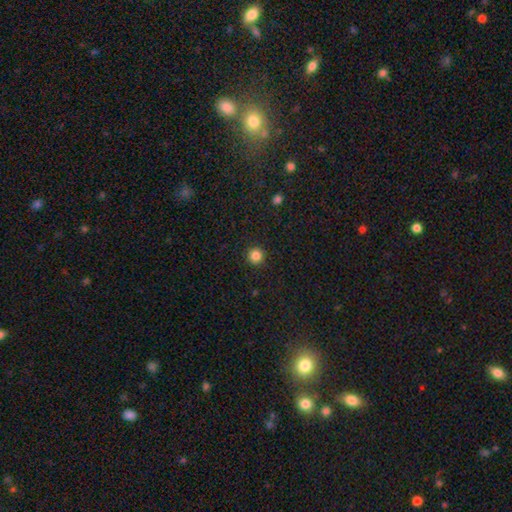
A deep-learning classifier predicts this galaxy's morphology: smooth-or-featured: smooth: 85% | star or artifact: 11% | featured or disk: 4%
  how-rounded: round: 95% | in between: 4% | cigar-shaped: 1%
  merging: none: 93% | minor disturbance: 5% | major disturbance: 2% | merger: 1%